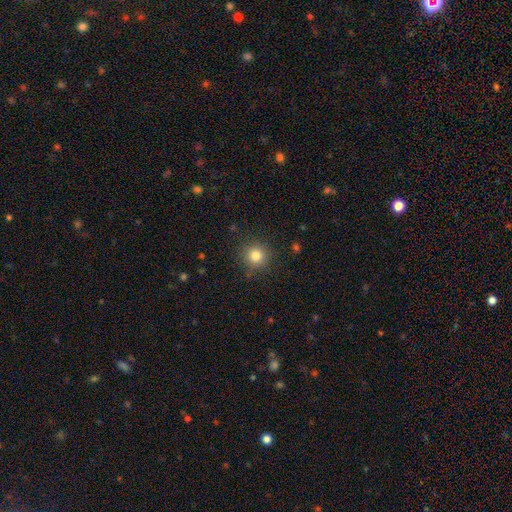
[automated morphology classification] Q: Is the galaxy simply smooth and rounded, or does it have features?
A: smooth — 81%.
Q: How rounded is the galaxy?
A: round — 94%.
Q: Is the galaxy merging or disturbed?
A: none — 89%.